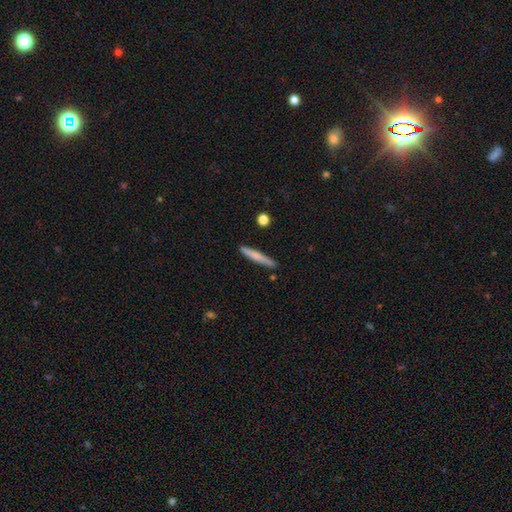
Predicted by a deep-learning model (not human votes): Smooth or featured: smooth — 65% (featured or disk — 29%)
How rounded: cigar-shaped — 95% (in between — 4%)
Merging: none — 86% (minor disturbance — 10%)